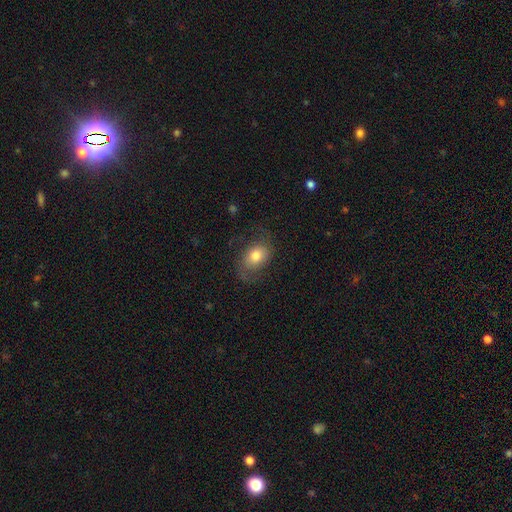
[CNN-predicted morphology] smooth_or_featured: smooth (p=0.53) [alt: featured or disk p=0.38]
how_rounded: in between (p=0.72) [alt: round p=0.27]
merging: none (p=0.62) [alt: minor disturbance p=0.21]